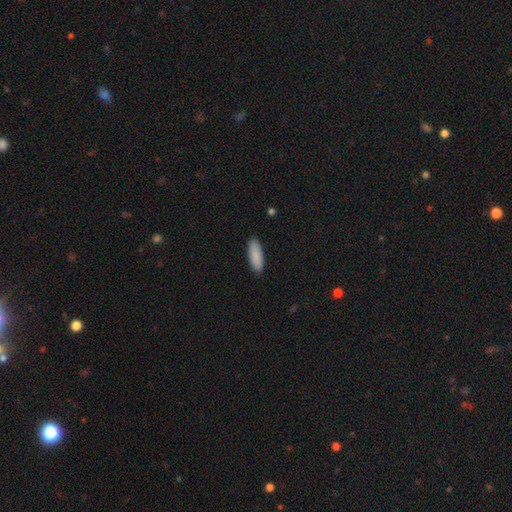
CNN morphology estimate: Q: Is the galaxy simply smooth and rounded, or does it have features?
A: smooth — 89%.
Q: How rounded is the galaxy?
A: in between — 63%.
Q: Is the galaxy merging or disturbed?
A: none — 89%.